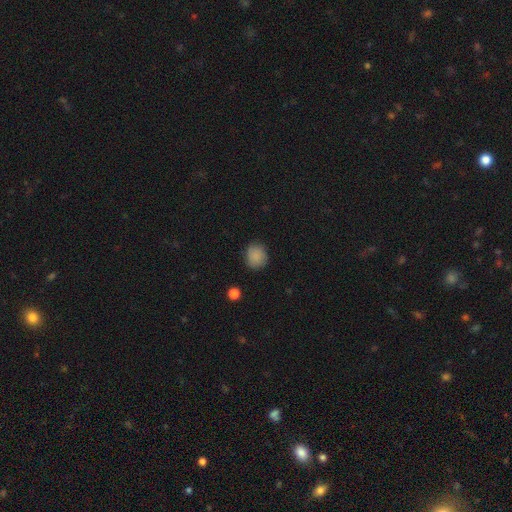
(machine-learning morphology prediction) The model was most divided on "how rounded": round: 81%, in between: 18%, cigar-shaped: 1%. More confident: smooth or featured — smooth (86%); merging — none (83%).